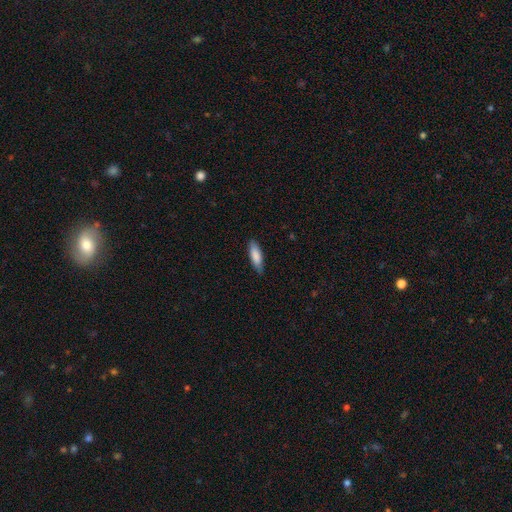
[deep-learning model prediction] Smooth or featured? smooth (84%)
How rounded? cigar-shaped (53%)
Merging? none (84%)